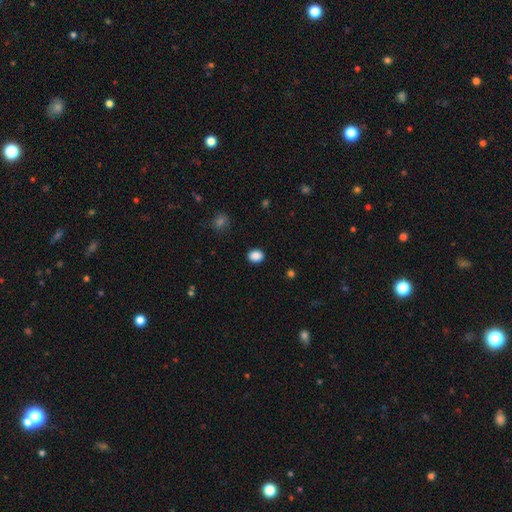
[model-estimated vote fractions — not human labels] smooth 88%, star or artifact 9%, featured or disk 3%. Down the decision tree: how rounded — round (55%); merging — none (89%).